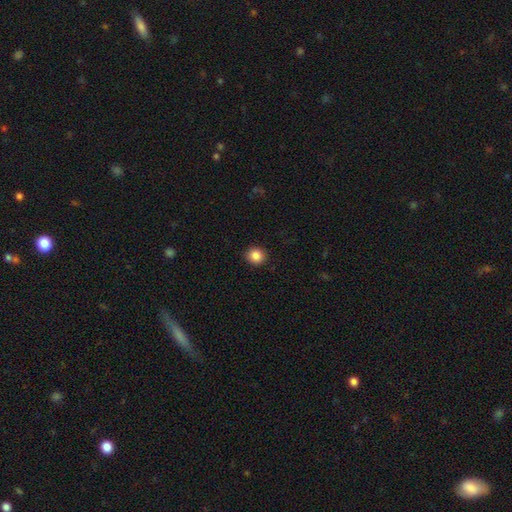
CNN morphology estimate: type=smooth (86%); roundness=round (87%); merging=none (92%).